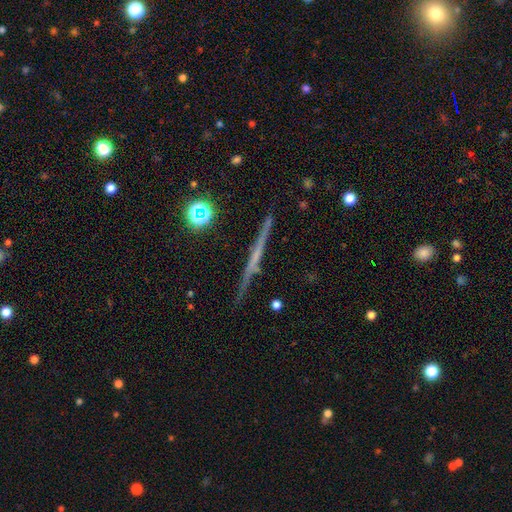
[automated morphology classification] A featured or disk galaxy (66%) viewed edge-on (97%) with no central bulge (79%).

Vote fractions:
- Smooth or featured? featured or disk: 66% / smooth: 25% / star or artifact: 9%
- Edge-on disk? yes: 97% / no: 3%
- Edge-on bulge? none: 79% / rounded: 15% / boxy: 7%
- Merging? none: 88% / minor disturbance: 8% / major disturbance: 2% / merger: 2%